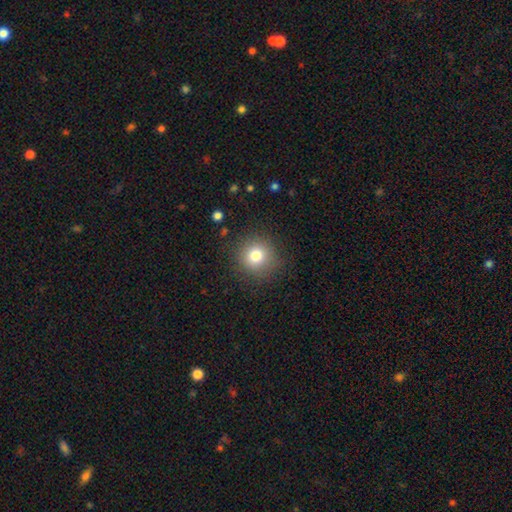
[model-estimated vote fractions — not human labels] Overall: smooth (78%). How rounded: round (93%). Merging: none (87%).